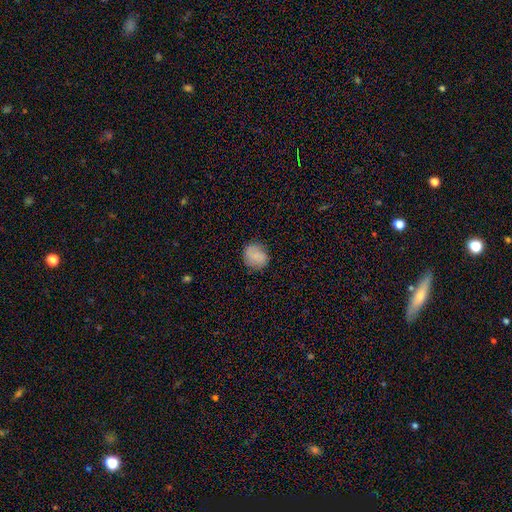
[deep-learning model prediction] The model was most divided on "how rounded": round: 67%, in between: 32%, cigar-shaped: 1%. More confident: smooth or featured — smooth (81%); merging — none (80%).